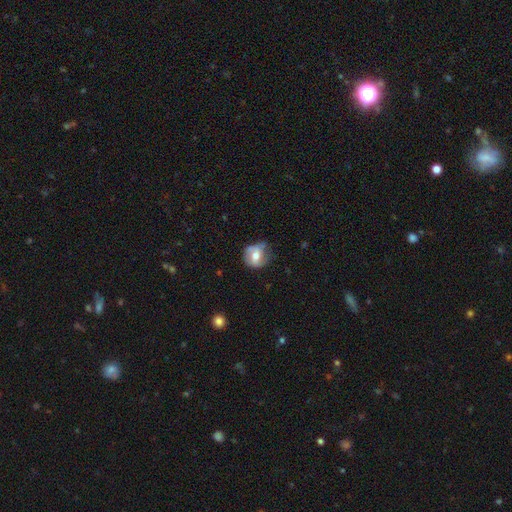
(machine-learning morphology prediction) smooth_or_featured: smooth (p=0.55) [alt: featured or disk p=0.37]
how_rounded: round (p=0.72) [alt: in between p=0.27]
merging: none (p=0.52) [alt: minor disturbance p=0.33]